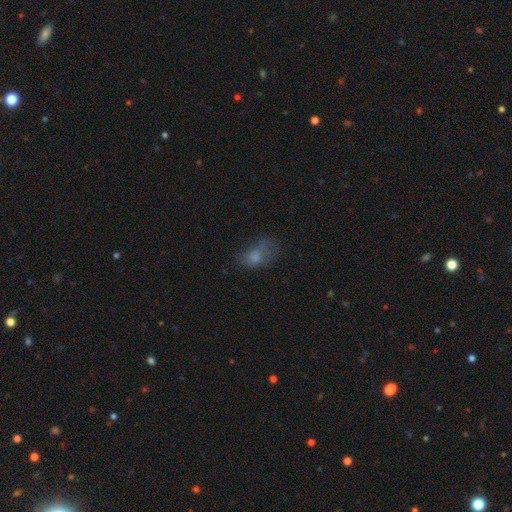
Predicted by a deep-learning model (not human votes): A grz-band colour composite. It shows a smooth galaxy with no disk features (67%) that is in between round and cigar-shaped (82%). Merging: none (35%).